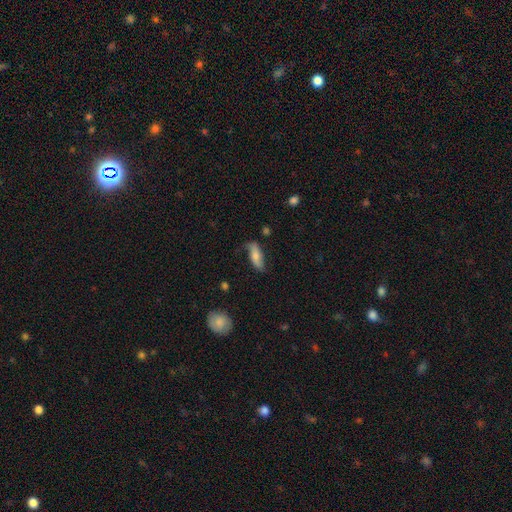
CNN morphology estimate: This appears to be a smooth galaxy with no disk features (55%) that is in between round and cigar-shaped (66%). Merging: none (62%).